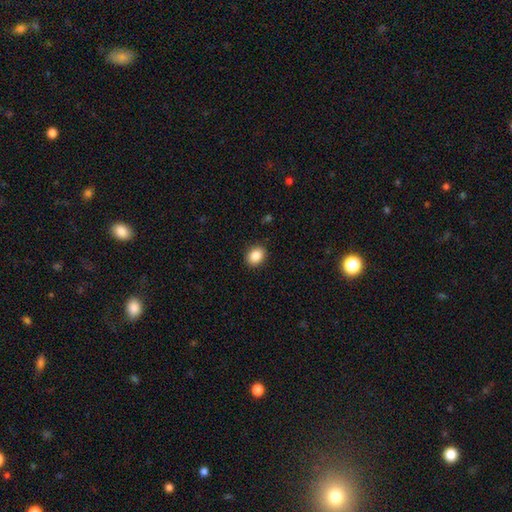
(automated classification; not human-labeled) A smooth galaxy with no disk features (88%) that is in between round and cigar-shaped (58%).

Vote fractions:
- Smooth or featured? smooth: 88% / star or artifact: 8% / featured or disk: 4%
- How rounded? in between: 58% / round: 41% / cigar-shaped: 1%
- Merging? none: 90% / minor disturbance: 7% / major disturbance: 2% / merger: 1%